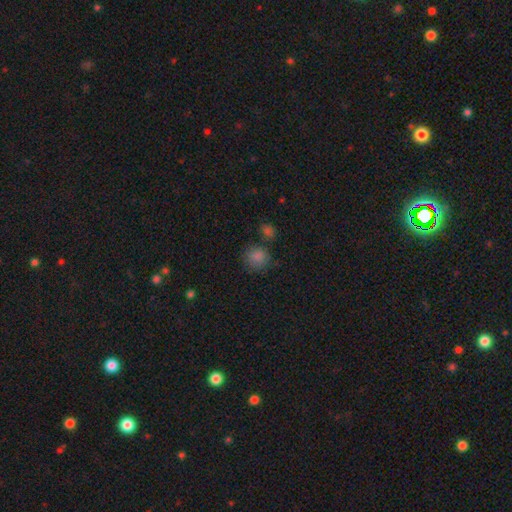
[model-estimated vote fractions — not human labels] The model was most divided on "smooth or featured": smooth: 79%, star or artifact: 16%, featured or disk: 5%. More confident: how rounded — round (88%); merging — none (76%).